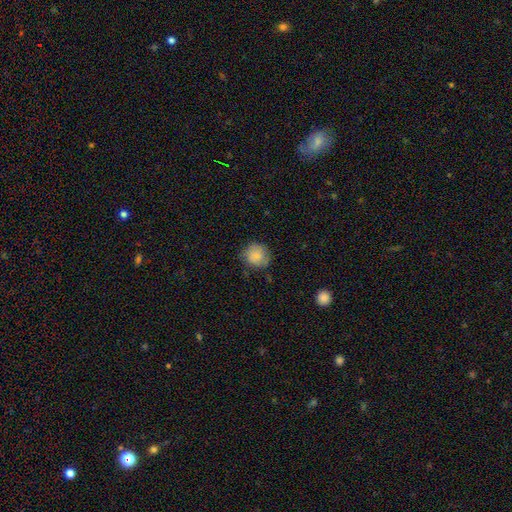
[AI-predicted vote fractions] This is clearly a smooth galaxy (82%). How rounded: clearly round (88%). Merging: likely none (75%).